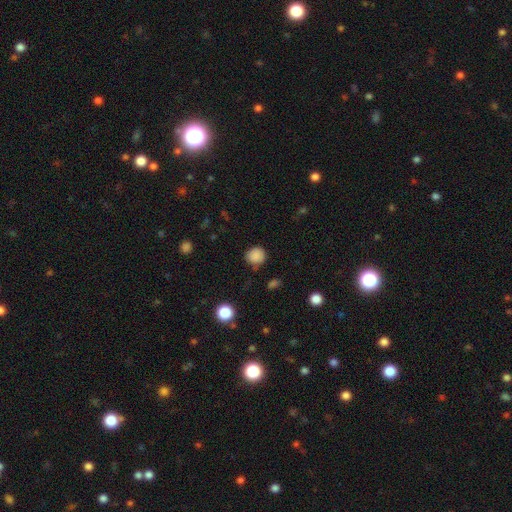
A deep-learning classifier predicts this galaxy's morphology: A smooth galaxy with no disk features (85%) that is round (83%).

Vote fractions:
- Smooth or featured? smooth: 85% / star or artifact: 11% / featured or disk: 4%
- How rounded? round: 83% / in between: 16% / cigar-shaped: 1%
- Merging? none: 77% / minor disturbance: 16% / major disturbance: 4% / merger: 2%